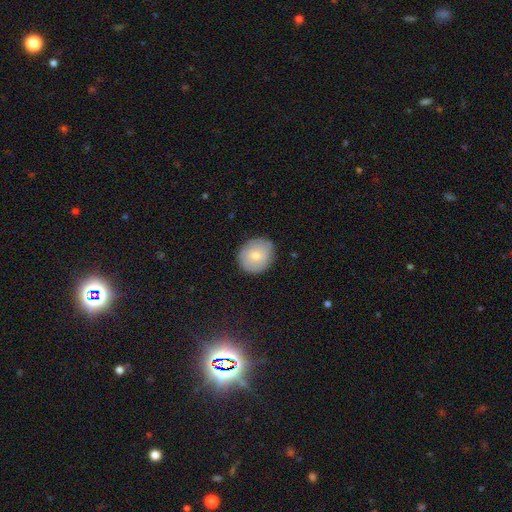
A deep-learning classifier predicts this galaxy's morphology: Overall: smooth (73%). How rounded: round (81%). Merging: none (85%).